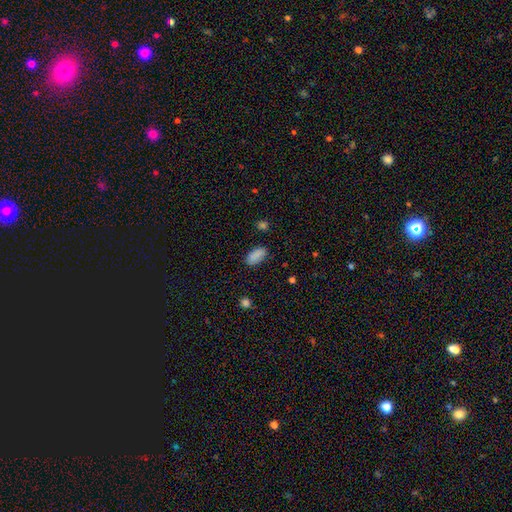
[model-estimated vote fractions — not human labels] Smooth or featured?
  - smooth: 87% *
  - star or artifact: 8%
  - featured or disk: 4%
How rounded?
  - in between: 93% *
  - cigar-shaped: 4%
  - round: 3%
Merging?
  - none: 83% *
  - minor disturbance: 13%
  - major disturbance: 3%
  - merger: 2%